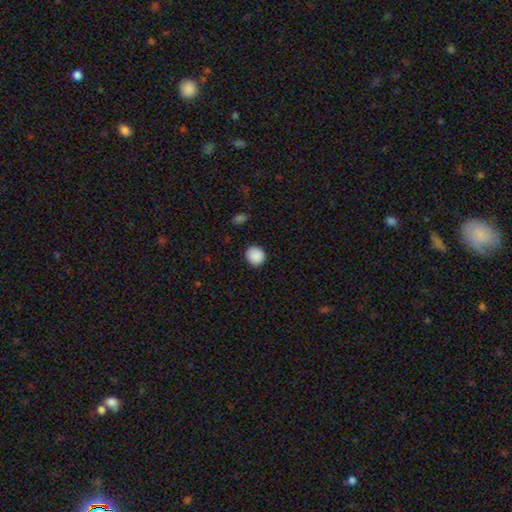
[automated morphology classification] smooth 89%, star or artifact 8%, featured or disk 2%. Down the decision tree: how rounded — round (88%); merging — none (89%).